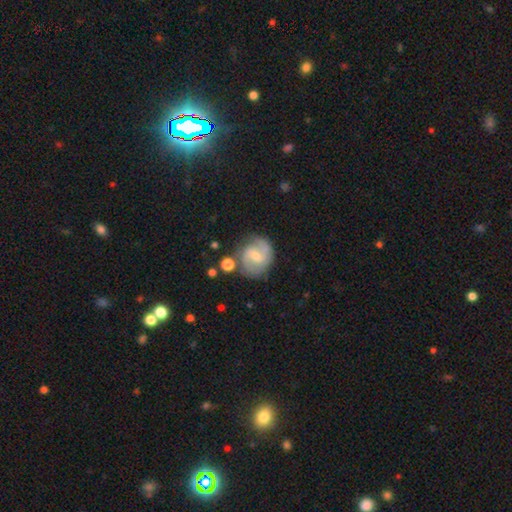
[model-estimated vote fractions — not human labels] Smooth or featured: featured or disk — 74% (smooth — 20%)
Edge-on disk: no — 98% (yes — 2%)
Bar: weak — 57% (no — 30%)
Spiral arms: yes — 93% (no — 7%)
Spiral winding: medium — 52% (tight — 26%)
Spiral arm count: 2 — 81% (can't tell — 9%)
Bulge size: small — 52% (moderate — 41%)
Merging: none — 69% (minor disturbance — 18%)